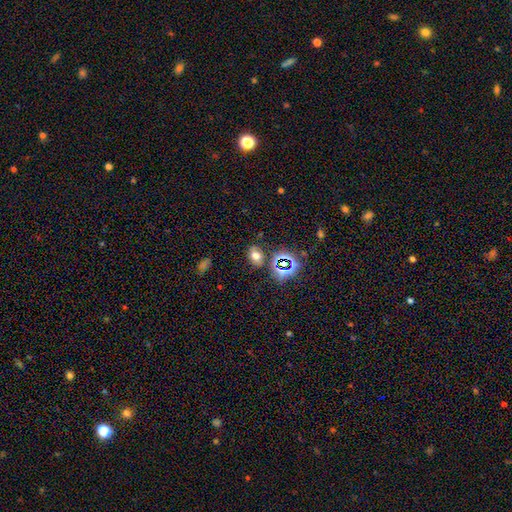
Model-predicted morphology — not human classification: This is possibly a smooth galaxy (59%). How rounded: likely in between (75%). Merging: clearly none (80%).